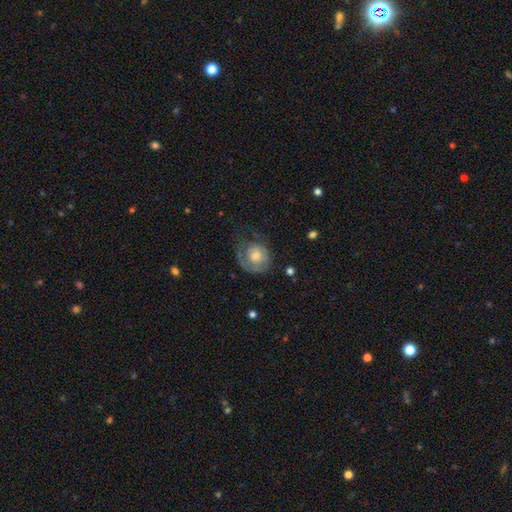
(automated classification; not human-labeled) Smooth or featured?
  - featured or disk: 47% *
  - smooth: 45%
  - star or artifact: 8%
Merging?
  - none: 49% *
  - major disturbance: 26%
  - minor disturbance: 23%
  - merger: 2%